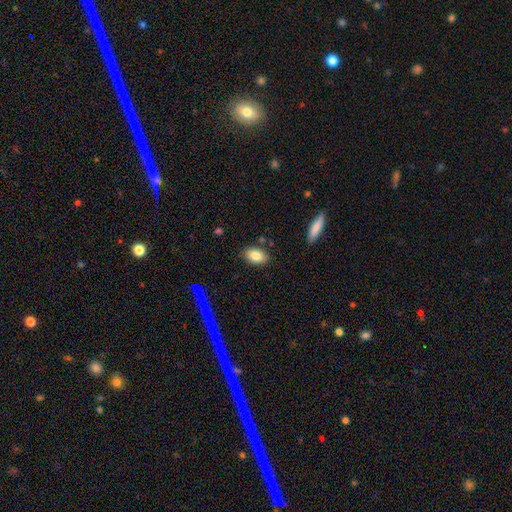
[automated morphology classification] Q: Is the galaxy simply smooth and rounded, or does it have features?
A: smooth — 85%.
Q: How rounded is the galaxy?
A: in between — 90%.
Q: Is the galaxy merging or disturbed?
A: none — 84%.